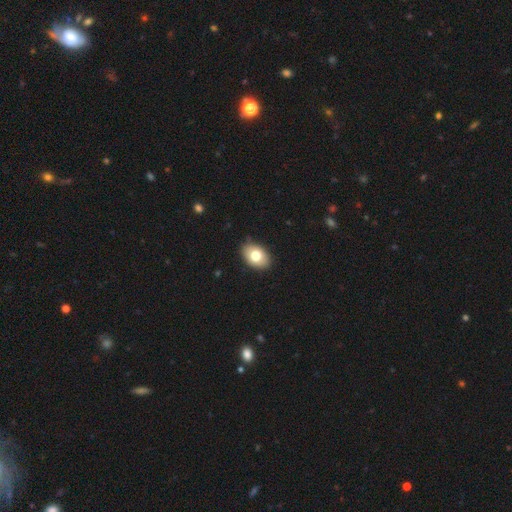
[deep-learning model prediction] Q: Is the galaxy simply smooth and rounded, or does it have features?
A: smooth — 79%.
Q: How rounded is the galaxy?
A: in between — 85%.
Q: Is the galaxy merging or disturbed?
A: none — 87%.